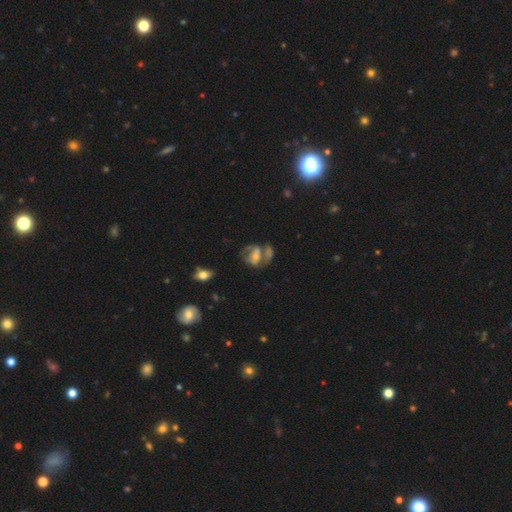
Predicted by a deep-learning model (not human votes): featured or disk 59%, smooth 31%, star or artifact 10%. Down the decision tree: edge-on disk — no (94%); bar — no (35%); spiral arms — yes (60%); bulge size — small (44%); merging — merger (38%).